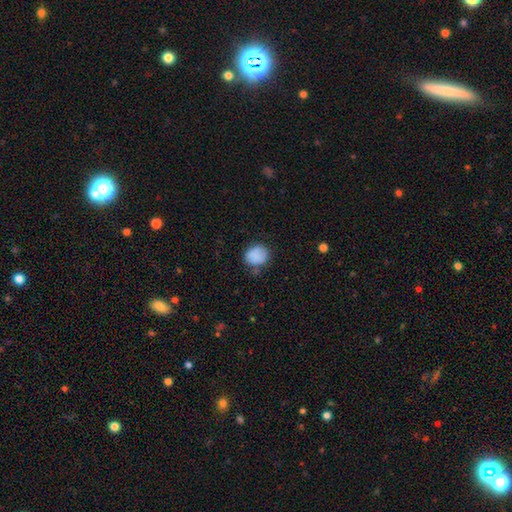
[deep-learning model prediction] smooth_or_featured: smooth (p=0.84) [alt: star or artifact p=0.08]
how_rounded: round (p=0.70) [alt: in between p=0.29]
merging: none (p=0.69) [alt: minor disturbance p=0.22]